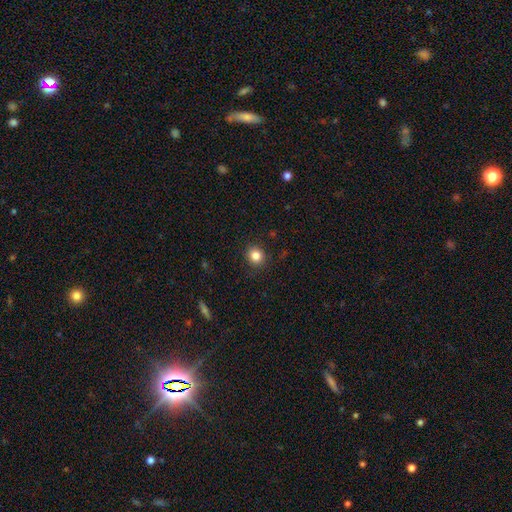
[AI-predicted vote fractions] A smooth galaxy with no disk features (84%) that is round (84%). Merging: none (89%).